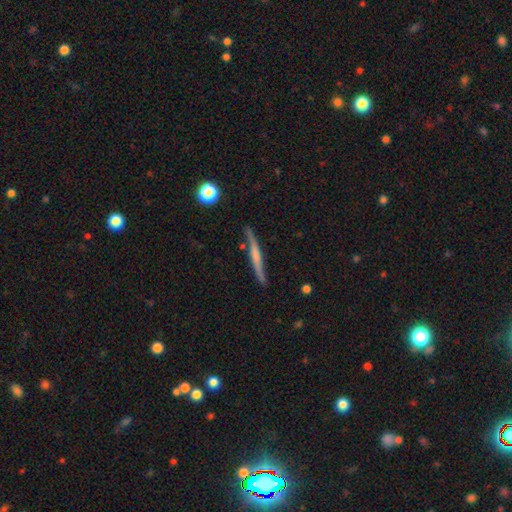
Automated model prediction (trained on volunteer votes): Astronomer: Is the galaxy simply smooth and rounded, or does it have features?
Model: featured or disk — 60%.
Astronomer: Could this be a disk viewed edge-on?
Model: yes — 92%.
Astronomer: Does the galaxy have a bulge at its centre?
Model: none — 50% (runner-up: rounded, 32%).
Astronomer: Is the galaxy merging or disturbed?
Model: none — 80%.